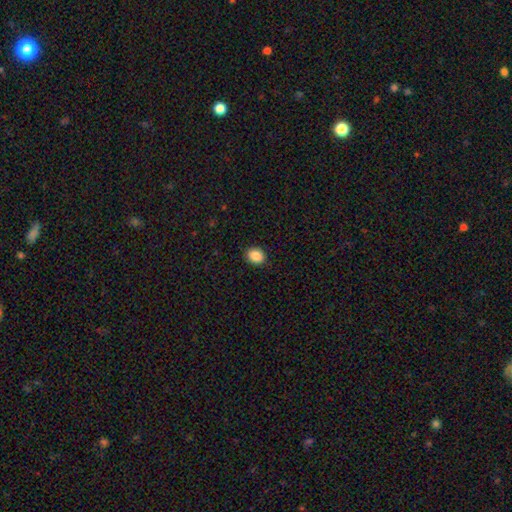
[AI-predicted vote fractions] Overall: smooth (88%). How rounded: round (54%; in between 45%). Merging: none (91%).